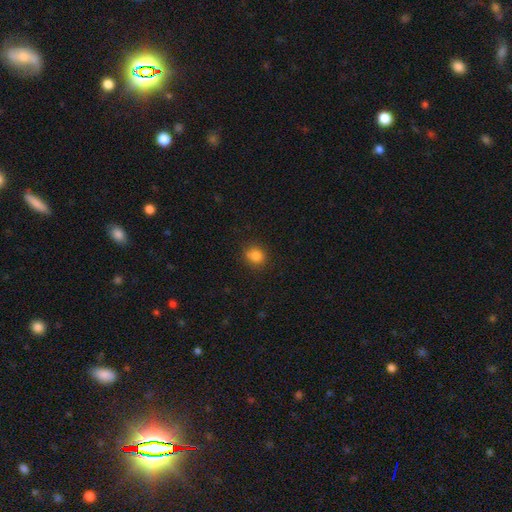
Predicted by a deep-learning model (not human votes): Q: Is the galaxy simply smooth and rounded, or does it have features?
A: smooth — 83%.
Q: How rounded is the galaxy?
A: round — 77%.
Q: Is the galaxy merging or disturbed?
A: none — 80%.